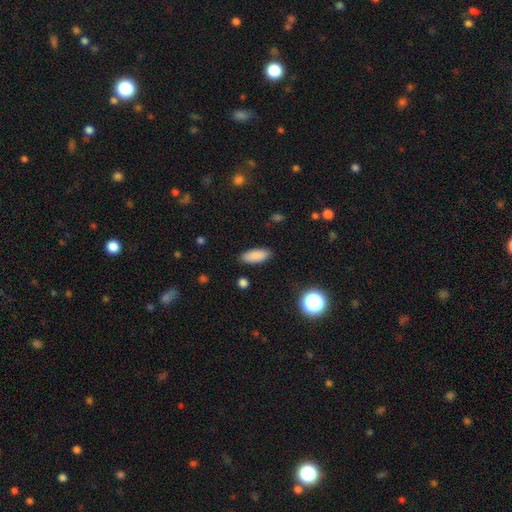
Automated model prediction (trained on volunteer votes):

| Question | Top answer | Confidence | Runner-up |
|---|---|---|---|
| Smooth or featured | smooth | 87% | star or artifact (8%) |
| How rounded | in between | 79% | cigar-shaped (19%) |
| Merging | none | 88% | minor disturbance (9%) |